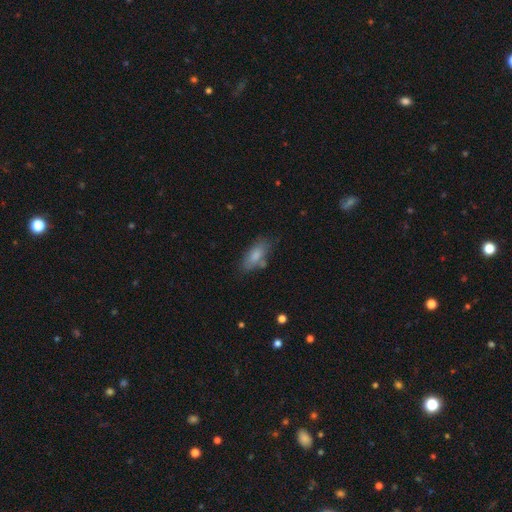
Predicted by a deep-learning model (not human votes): Smooth or featured: smooth — 82% (featured or disk — 12%)
How rounded: in between — 83% (cigar-shaped — 15%)
Merging: none — 64% (minor disturbance — 21%)